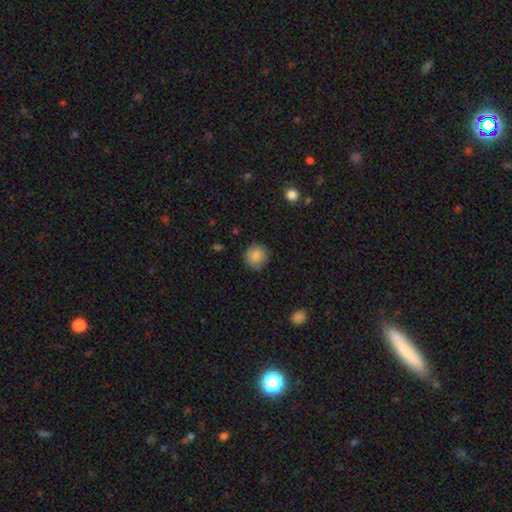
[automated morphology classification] This appears to be a smooth galaxy with no disk features (86%) that is round (92%). Merging: none (86%).